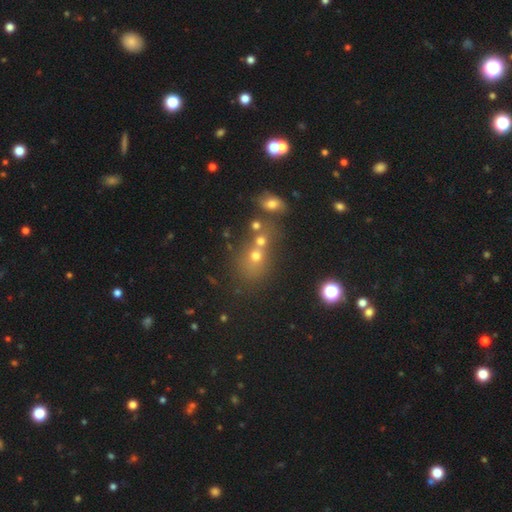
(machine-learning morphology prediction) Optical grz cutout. It shows a smooth galaxy with no disk features (49%). Merging: none (59%).